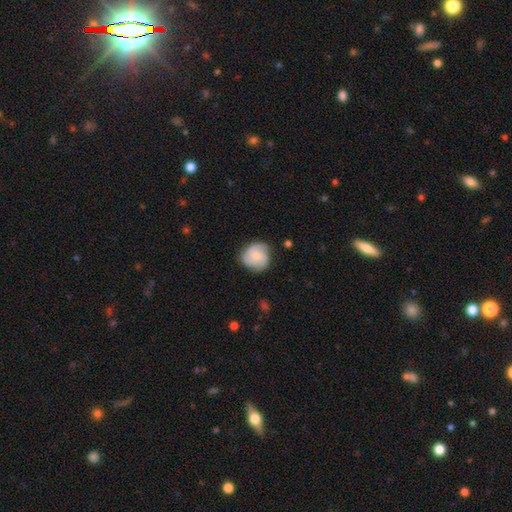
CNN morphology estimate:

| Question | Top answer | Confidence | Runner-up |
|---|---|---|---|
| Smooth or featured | featured or disk | 59% | smooth (34%) |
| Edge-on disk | no | 98% | yes (2%) |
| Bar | no | 76% | weak (21%) |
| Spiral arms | yes | 94% | no (6%) |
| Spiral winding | tight | 44% | medium (43%) |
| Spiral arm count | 3 | 62% | 4 (11%) |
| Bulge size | small | 57% | moderate (24%) |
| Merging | none | 76% | minor disturbance (18%) |